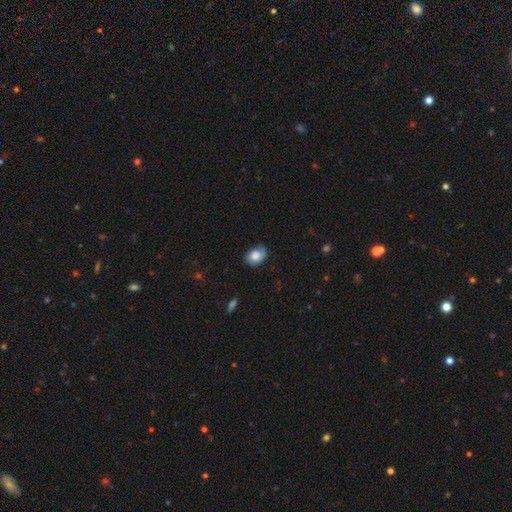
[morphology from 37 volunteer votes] This is likely a smooth galaxy (68%). How rounded: likely in between (72%). Merging: likely none (69%).